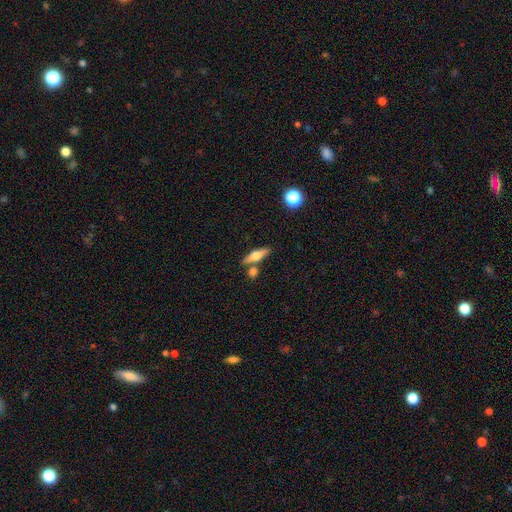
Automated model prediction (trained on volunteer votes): Overall: featured or disk (49%; smooth 44%). Merging: none (72%).